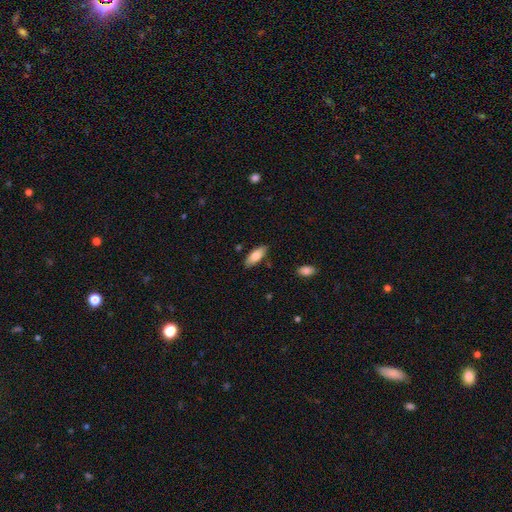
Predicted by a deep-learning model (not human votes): Overall: smooth (78%). How rounded: in between (80%). Merging: none (86%).